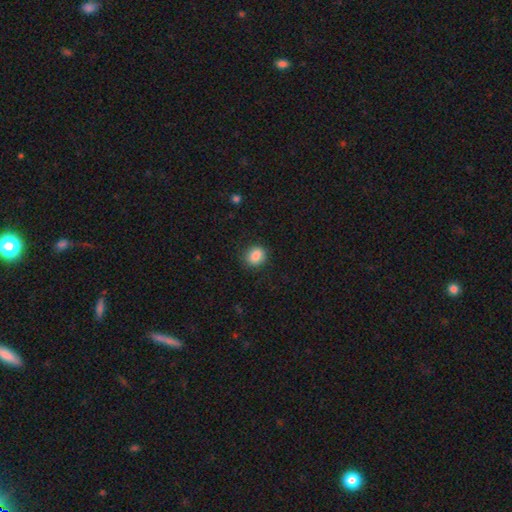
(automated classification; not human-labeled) Q: Smooth or featured?
A: smooth (87%); runner-up: star or artifact (9%)
Q: How rounded?
A: round (63%); runner-up: in between (36%)
Q: Merging?
A: none (87%); runner-up: minor disturbance (9%)